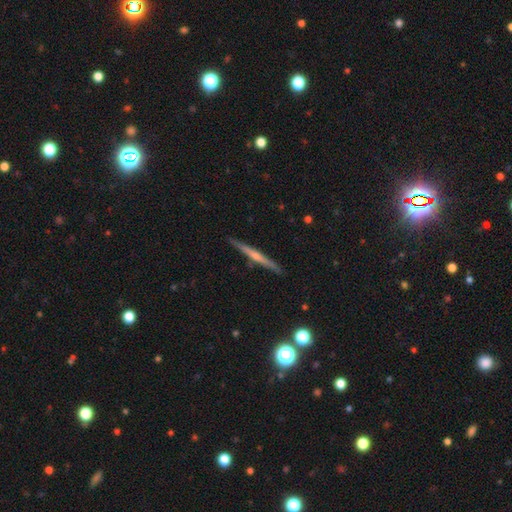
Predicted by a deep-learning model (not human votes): smooth-or-featured: featured or disk: 68% | smooth: 26% | star or artifact: 6%
  disk-edge-on: yes: 98% | no: 2%
    edge-on-bulge: rounded: 57% | none: 33% | boxy: 10%
  merging: none: 90% | minor disturbance: 7% | merger: 1% | major disturbance: 1%